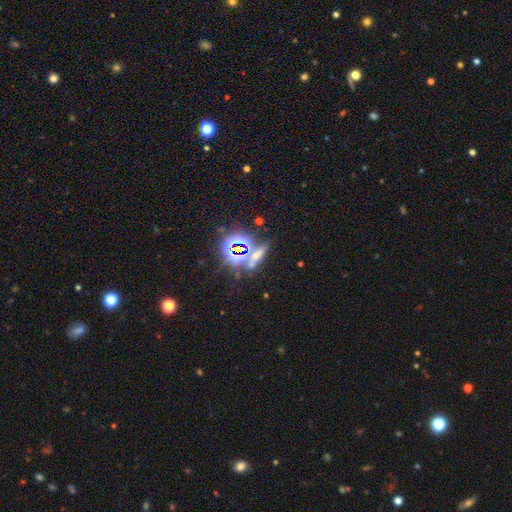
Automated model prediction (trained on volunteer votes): Overall: star or artifact (53%; smooth 31%).